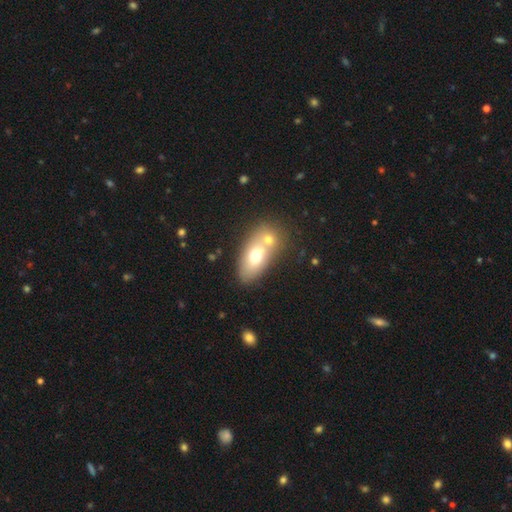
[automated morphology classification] Smooth or featured? smooth (64%)
How rounded? in between (83%)
Merging? merger (49%)